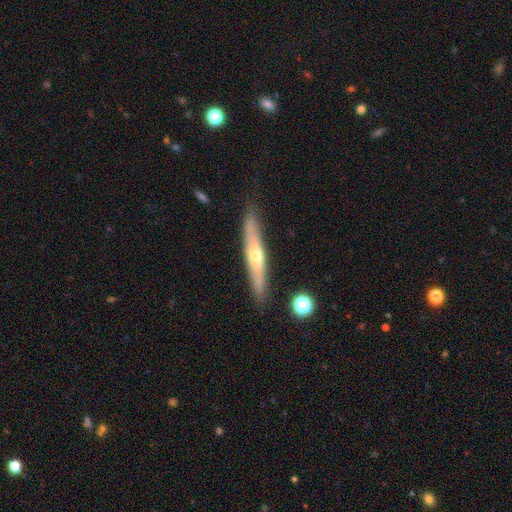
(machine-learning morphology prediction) smooth-or-featured: featured or disk: 58% | smooth: 35% | star or artifact: 7%
  disk-edge-on: yes: 89% | no: 11%
    edge-on-bulge: rounded: 80% | none: 17% | boxy: 3%
  merging: none: 87% | minor disturbance: 10% | major disturbance: 2% | merger: 2%